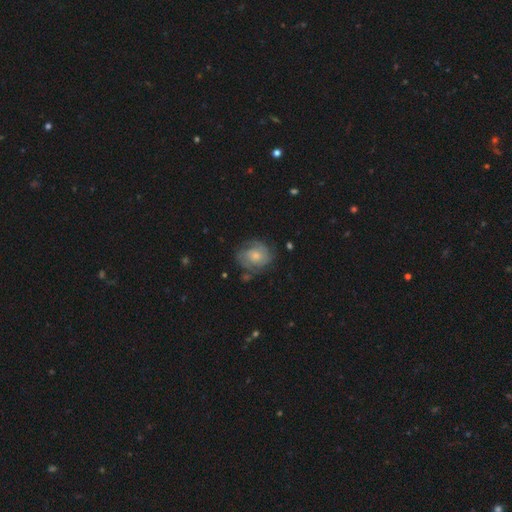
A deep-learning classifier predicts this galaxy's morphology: A featured or disk galaxy (54%) with no bar (76%), spiral arms (75%) and a moderate central bulge (43%). Merging: none (61%).